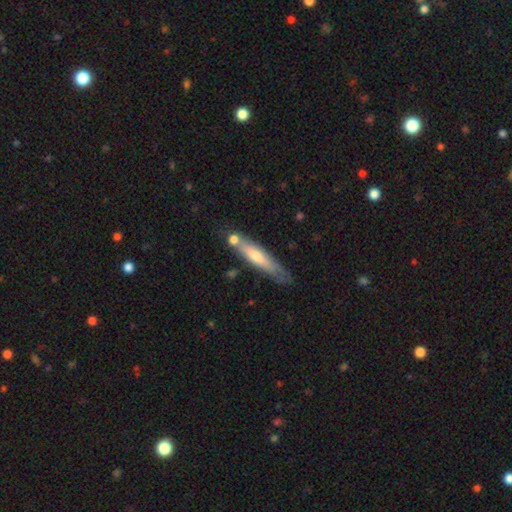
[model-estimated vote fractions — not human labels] Q: Smooth or featured?
A: smooth (50%); runner-up: featured or disk (44%)
Q: How rounded?
A: cigar-shaped (88%); runner-up: in between (11%)
Q: Merging?
A: none (70%); runner-up: minor disturbance (18%)